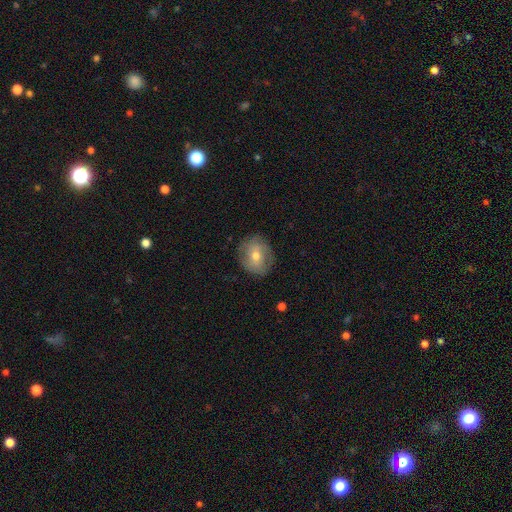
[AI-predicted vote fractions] smooth-or-featured: smooth: 56% | featured or disk: 36% | star or artifact: 8%
  how-rounded: round: 69% | in between: 30% | cigar-shaped: 1%
  merging: none: 80% | minor disturbance: 14% | major disturbance: 5% | merger: 1%